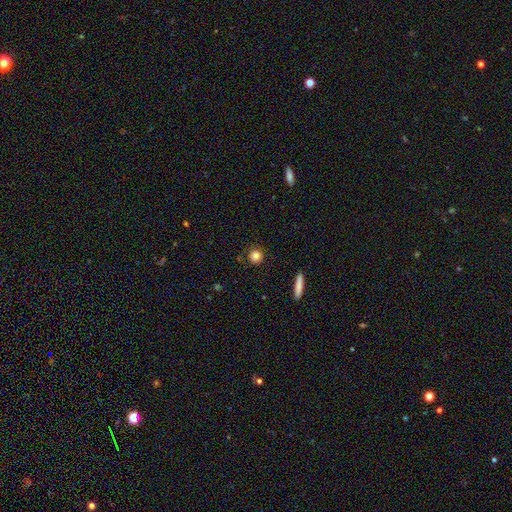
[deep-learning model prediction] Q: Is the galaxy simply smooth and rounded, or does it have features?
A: smooth — 83%.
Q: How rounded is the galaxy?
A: round — 91%.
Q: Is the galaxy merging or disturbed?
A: none — 85%.